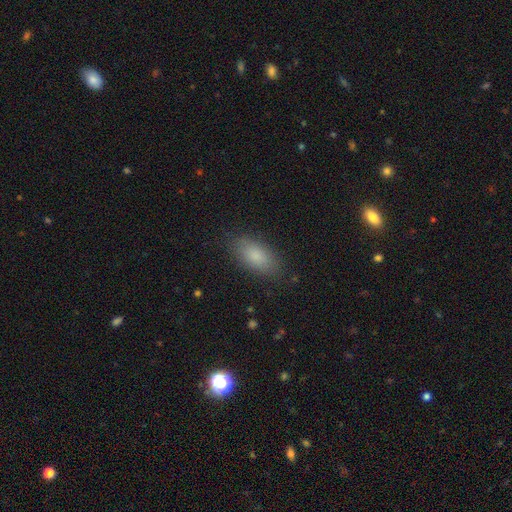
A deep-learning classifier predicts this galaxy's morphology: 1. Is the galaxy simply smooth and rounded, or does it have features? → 83% smooth, 9% featured or disk, 8% star or artifact.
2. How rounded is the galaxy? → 88% in between, 9% cigar-shaped, 4% round.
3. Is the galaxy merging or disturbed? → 84% none, 11% minor disturbance, 3% major disturbance, 1% merger.